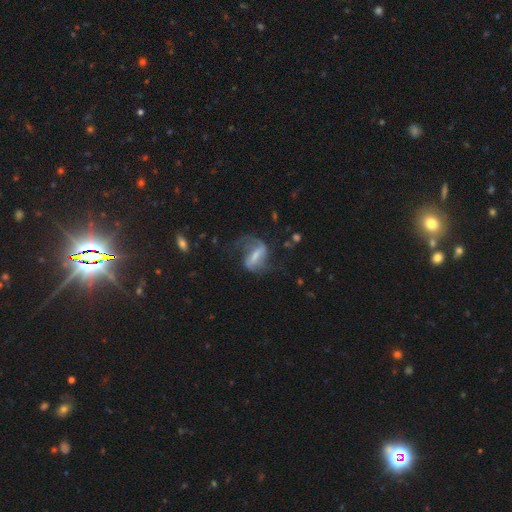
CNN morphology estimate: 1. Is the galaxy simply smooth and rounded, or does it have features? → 74% featured or disk, 18% smooth, 8% star or artifact.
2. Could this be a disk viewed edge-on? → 94% no, 6% yes.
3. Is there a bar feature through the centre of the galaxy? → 59% strong, 31% weak, 10% no.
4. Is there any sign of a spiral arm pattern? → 85% yes, 15% no.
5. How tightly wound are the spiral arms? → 57% loose, 34% medium, 9% tight.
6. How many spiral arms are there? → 78% 2, 11% 1, 7% can't tell, 2% 3, 1% 4, 1% more than 4.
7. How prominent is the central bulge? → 31% small, 30% moderate, 28% none, 10% large, 2% dominant.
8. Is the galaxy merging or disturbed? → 44% none, 33% major disturbance, 20% minor disturbance, 3% merger.